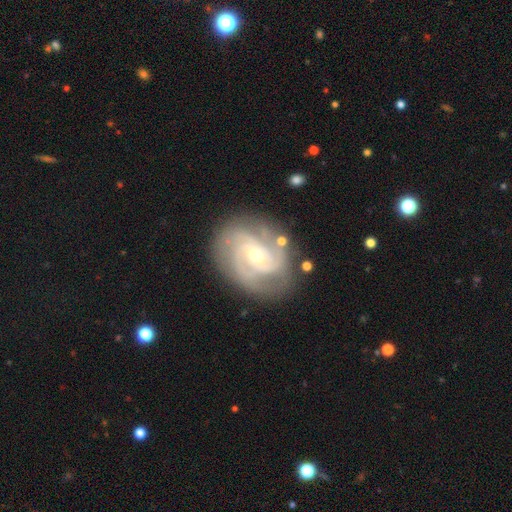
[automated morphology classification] Smooth or featured: featured or disk — 89% (smooth — 6%)
Edge-on disk: no — 97% (yes — 3%)
Bar: no — 51% (weak — 38%)
Spiral arms: yes — 97% (no — 3%)
Spiral winding: tight — 62% (medium — 32%)
Spiral arm count: 3 — 39% (2 — 20%)
Bulge size: small — 50% (moderate — 47%)
Merging: none — 77% (minor disturbance — 15%)